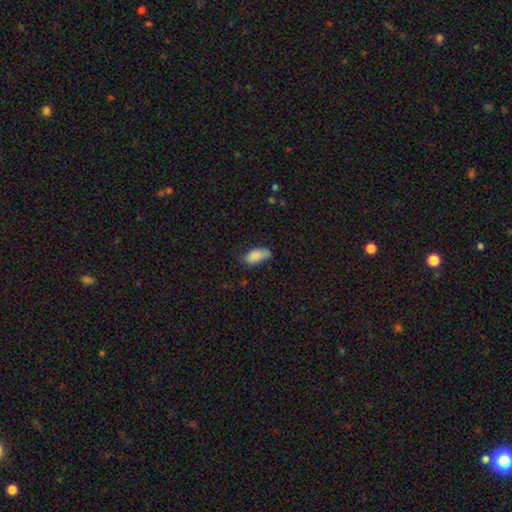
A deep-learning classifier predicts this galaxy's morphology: smooth 85%, star or artifact 7%, featured or disk 7%. Down the decision tree: how rounded — in between (91%); merging — none (61%).